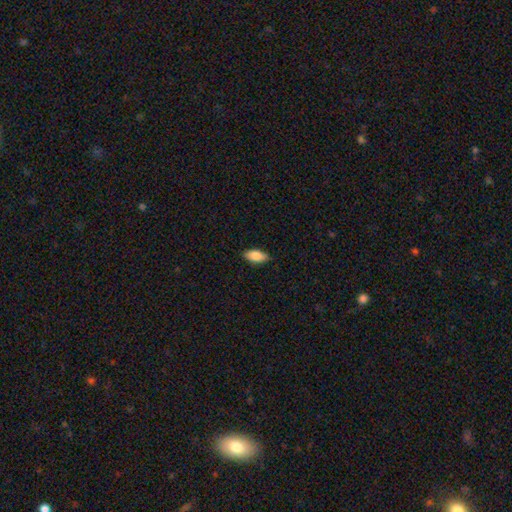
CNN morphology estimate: Smooth or featured?
  - smooth: 84% *
  - featured or disk: 10%
  - star or artifact: 6%
How rounded?
  - in between: 87% *
  - cigar-shaped: 10%
  - round: 2%
Merging?
  - none: 87% *
  - minor disturbance: 10%
  - major disturbance: 2%
  - merger: 1%